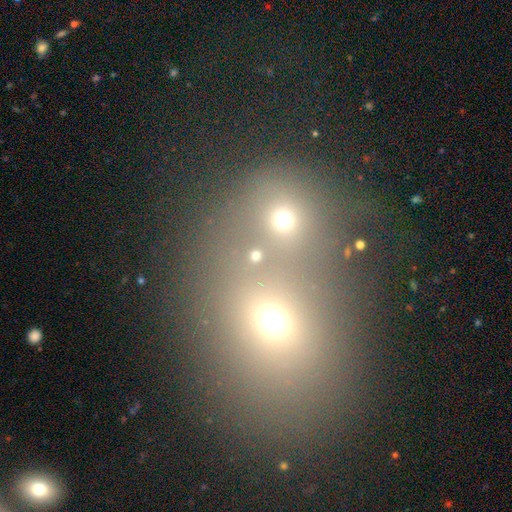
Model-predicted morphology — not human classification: This appears to be a smooth galaxy with no disk features (64%) that is round (80%). Merging: merger (51%).